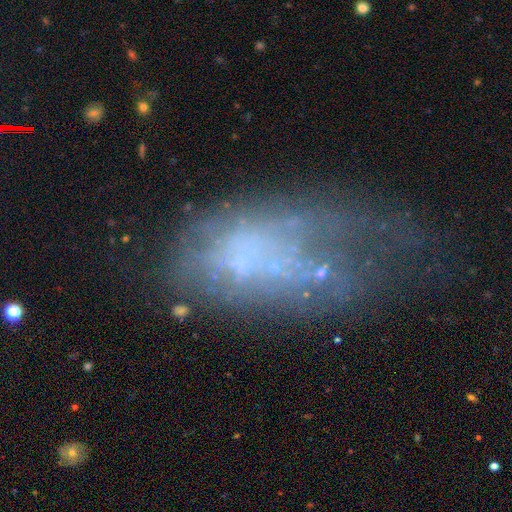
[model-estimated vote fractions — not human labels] A featured or disk galaxy (47%).

Vote fractions:
- Smooth or featured? featured or disk: 47% / smooth: 35% / star or artifact: 18%
- Merging? major disturbance: 43% / none: 25% / minor disturbance: 20% / merger: 12%